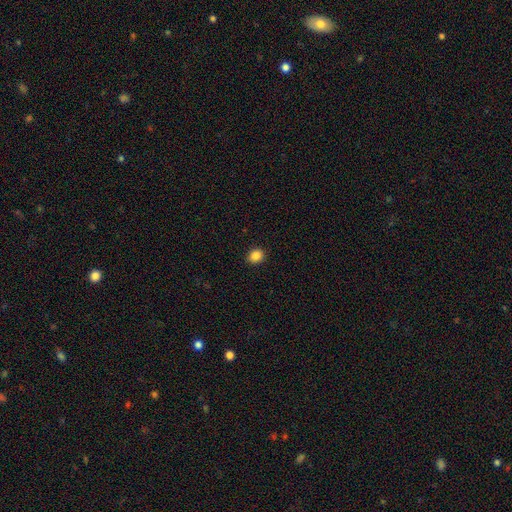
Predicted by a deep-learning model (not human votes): Smooth or featured?
  - smooth: 87% *
  - star or artifact: 10%
  - featured or disk: 3%
How rounded?
  - round: 68% *
  - in between: 31%
  - cigar-shaped: 1%
Merging?
  - none: 91% *
  - minor disturbance: 6%
  - major disturbance: 2%
  - merger: 1%